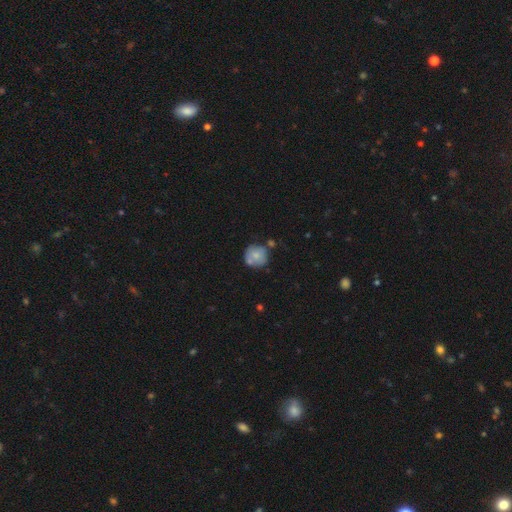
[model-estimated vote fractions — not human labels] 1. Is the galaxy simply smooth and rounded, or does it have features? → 72% smooth, 20% featured or disk, 8% star or artifact.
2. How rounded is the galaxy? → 90% round, 9% in between, 1% cigar-shaped.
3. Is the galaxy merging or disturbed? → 62% none, 18% minor disturbance, 15% merger, 4% major disturbance.